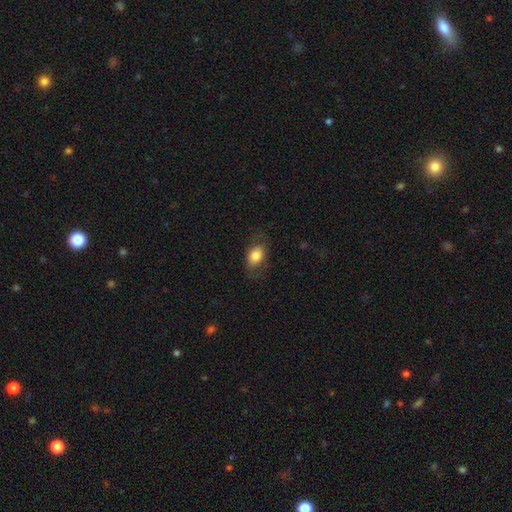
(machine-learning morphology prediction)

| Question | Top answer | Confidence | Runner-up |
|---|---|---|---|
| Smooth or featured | smooth | 79% | featured or disk (13%) |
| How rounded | in between | 82% | round (16%) |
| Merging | none | 72% | minor disturbance (18%) |